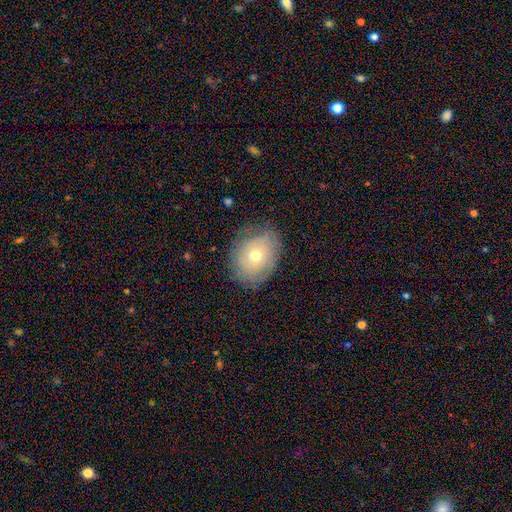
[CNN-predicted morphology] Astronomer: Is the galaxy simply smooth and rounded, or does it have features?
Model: smooth — 54% (runner-up: featured or disk, 37%).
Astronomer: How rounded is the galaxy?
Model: in between — 56% (runner-up: round, 43%).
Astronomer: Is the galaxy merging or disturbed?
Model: none — 72%.